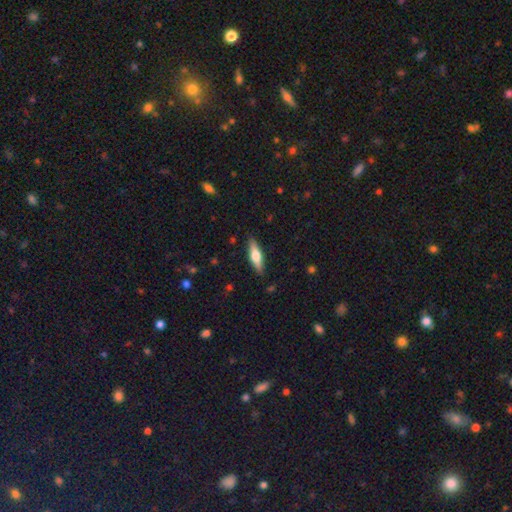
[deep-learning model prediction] Morphology: type=smooth (53%); roundness=cigar-shaped (62%); merging=none (88%).